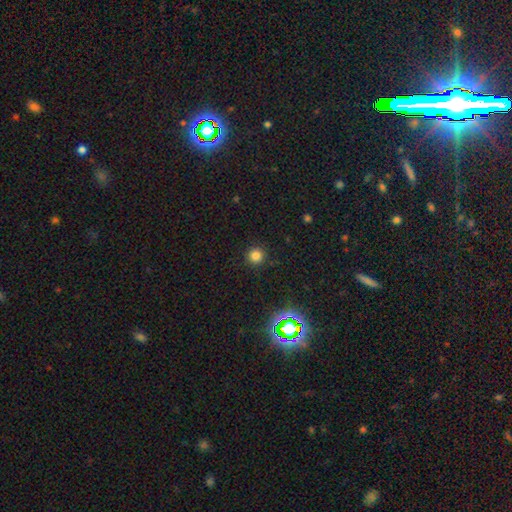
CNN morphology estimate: A smooth galaxy with no disk features (80%) that is round (95%). Merging: none (91%).